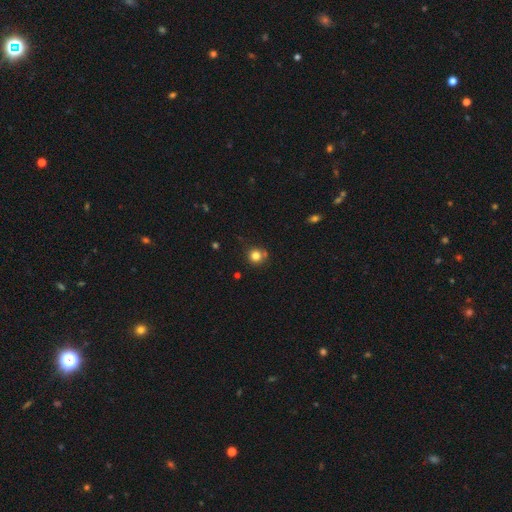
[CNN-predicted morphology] type=smooth (80%); roundness=round (92%); merging=none (74%).